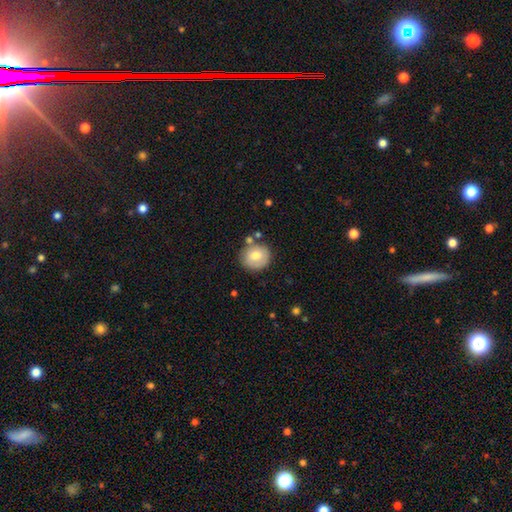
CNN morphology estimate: The model was most divided on "smooth or featured": smooth: 73%, featured or disk: 18%, star or artifact: 8%. More confident: how rounded — round (87%); merging — none (75%).